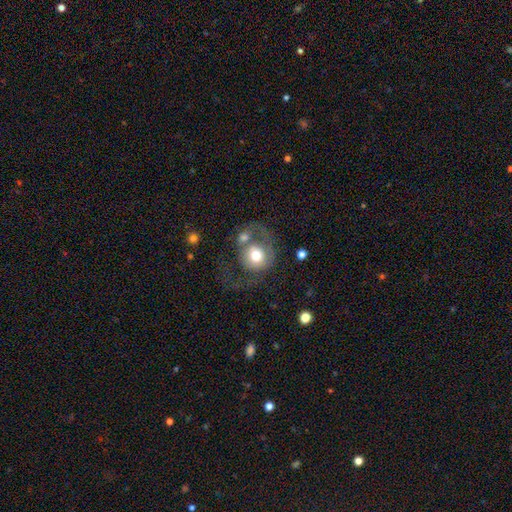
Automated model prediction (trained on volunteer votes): This is possibly a smooth galaxy (59%). How rounded: likely round (79%). Merging: marginally major disturbance (33%).